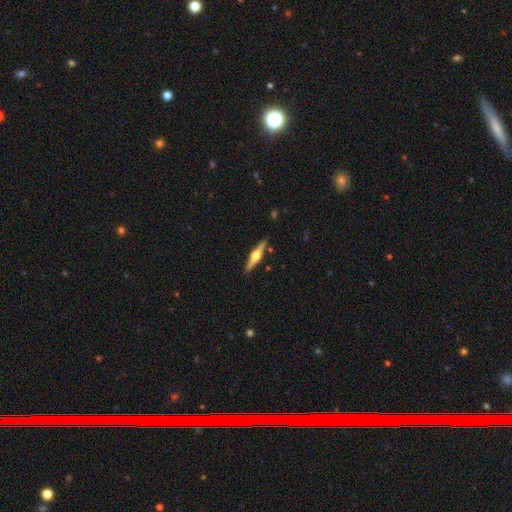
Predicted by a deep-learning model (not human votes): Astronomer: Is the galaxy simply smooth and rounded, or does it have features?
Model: featured or disk — 74%.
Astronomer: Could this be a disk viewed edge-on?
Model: yes — 98%.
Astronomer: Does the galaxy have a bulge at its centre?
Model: rounded — 94%.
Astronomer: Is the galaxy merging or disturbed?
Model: none — 89%.